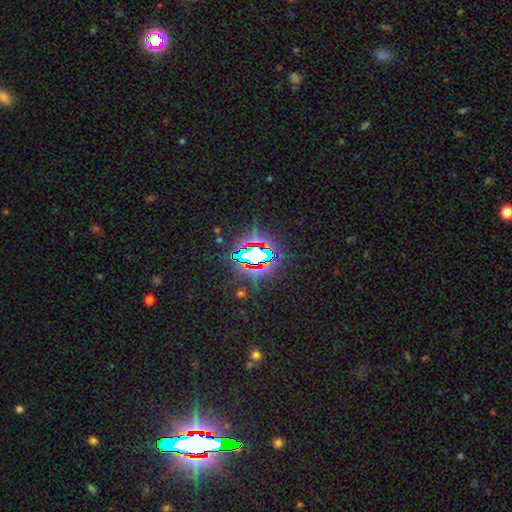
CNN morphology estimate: Smooth or featured?
  - star or artifact: 78% *
  - smooth: 12%
  - featured or disk: 10%